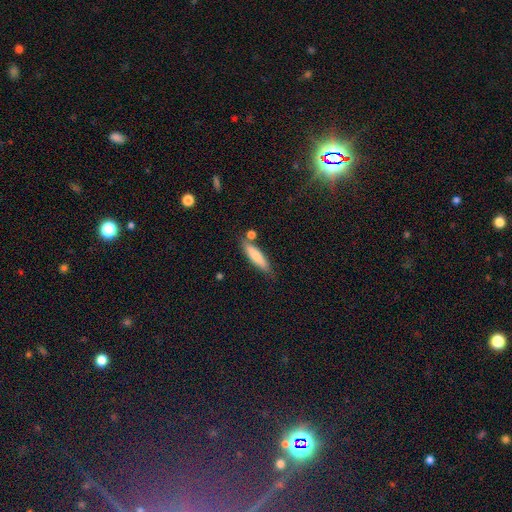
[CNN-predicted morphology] Smooth or featured? smooth (78%)
How rounded? cigar-shaped (76%)
Merging? none (72%)